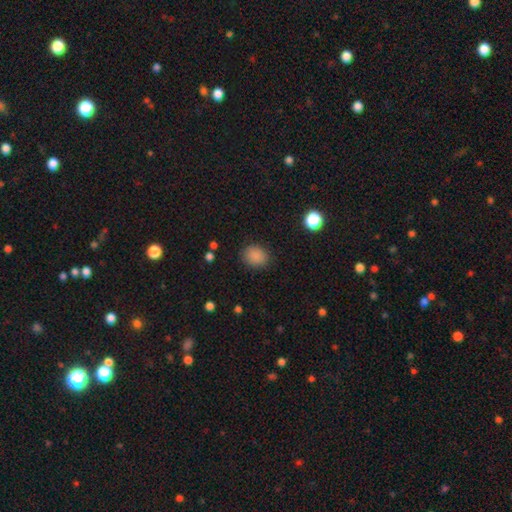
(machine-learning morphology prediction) The model was most divided on "how rounded": round: 59%, in between: 40%, cigar-shaped: 1%. More confident: smooth or featured — smooth (86%); merging — none (86%).